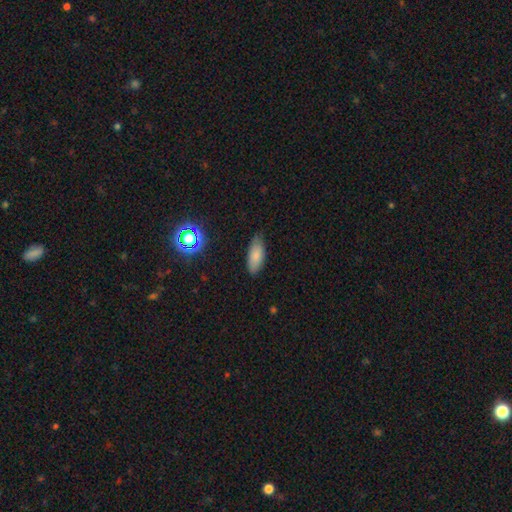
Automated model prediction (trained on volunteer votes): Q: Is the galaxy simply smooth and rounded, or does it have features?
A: smooth — 80%.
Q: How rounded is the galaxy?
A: in between — 83%.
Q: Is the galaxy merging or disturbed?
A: none — 76%.